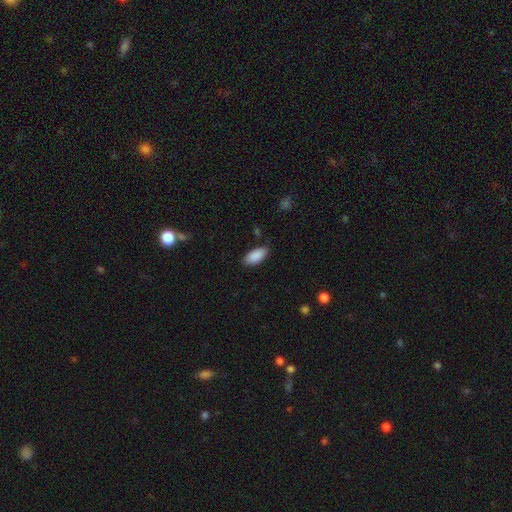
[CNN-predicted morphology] This is clearly a smooth galaxy (90%). How rounded: clearly in between (92%). Merging: clearly none (83%).